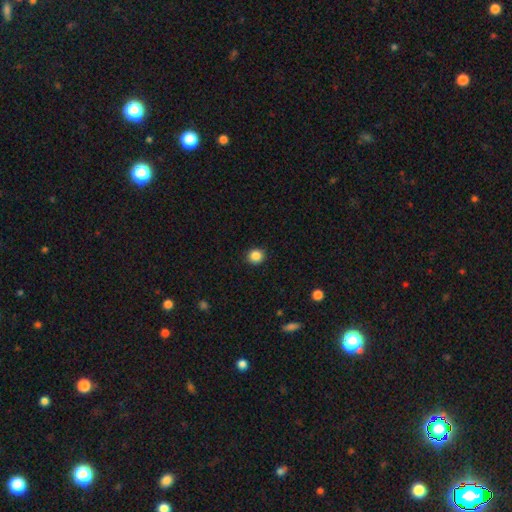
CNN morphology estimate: This is clearly a smooth galaxy (86%). How rounded: clearly round (92%). Merging: clearly none (92%).